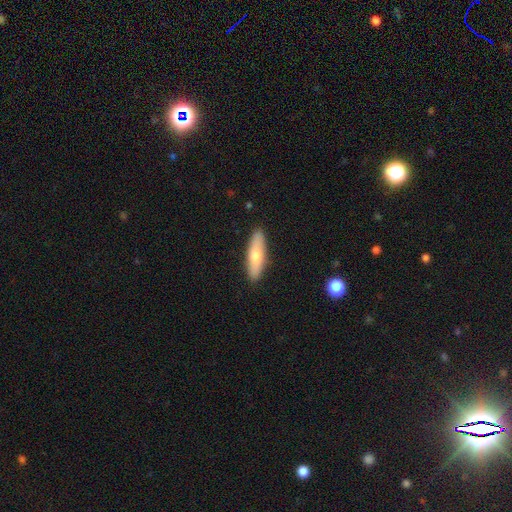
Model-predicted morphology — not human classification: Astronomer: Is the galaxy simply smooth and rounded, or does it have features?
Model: smooth — 67%.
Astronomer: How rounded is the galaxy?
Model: cigar-shaped — 60% (runner-up: in between, 38%).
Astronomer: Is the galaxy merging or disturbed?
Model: none — 89%.